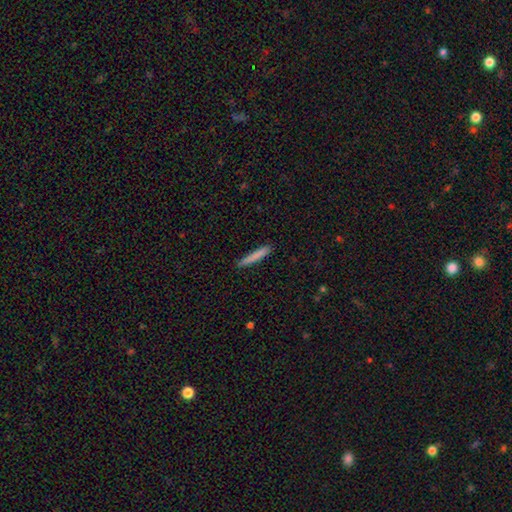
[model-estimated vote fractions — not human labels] Smooth or featured? smooth (81%)
How rounded? cigar-shaped (95%)
Merging? none (89%)